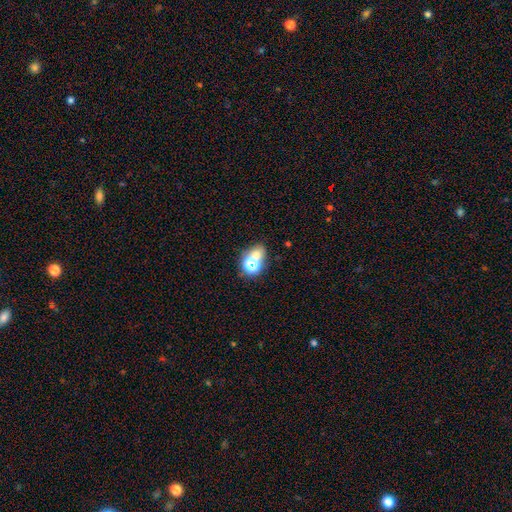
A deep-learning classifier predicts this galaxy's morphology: Q: Smooth or featured?
A: smooth (57%); runner-up: star or artifact (27%)
Q: How rounded?
A: round (53%); runner-up: in between (45%)
Q: Merging?
A: none (49%); runner-up: merger (37%)